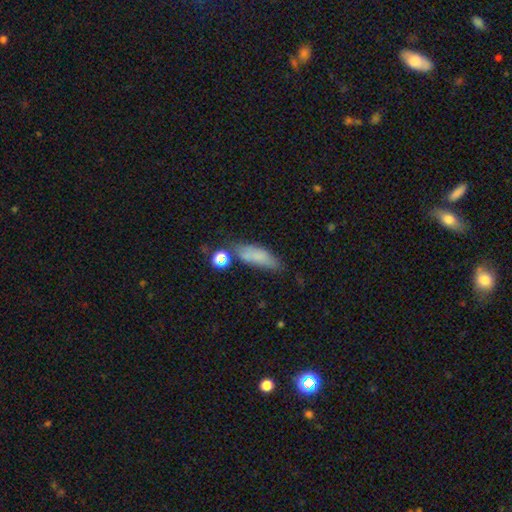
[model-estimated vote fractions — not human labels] Smooth or featured? Predicted: smooth (p=0.76). How rounded? Predicted: in between (p=0.53). Merging? Predicted: none (p=0.57).